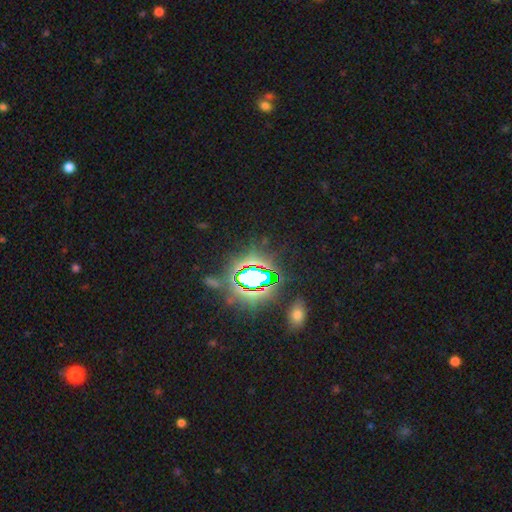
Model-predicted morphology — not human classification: A star or artifact, not a galaxy (81%).

Vote fractions:
- Smooth or featured? star or artifact: 81% / smooth: 11% / featured or disk: 9%